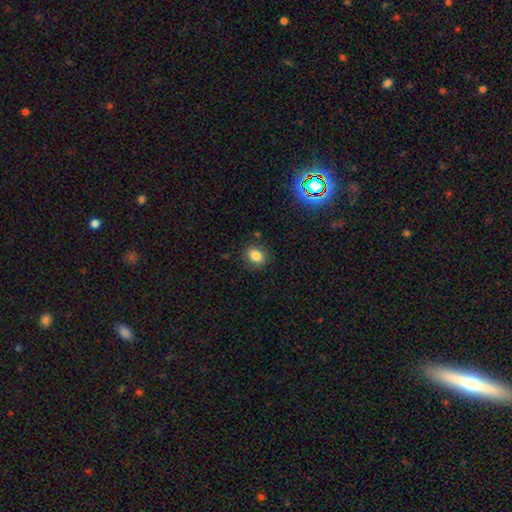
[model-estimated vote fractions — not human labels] A smooth galaxy with no disk features (83%) that is in between round and cigar-shaped (52%). Merging: none (86%).